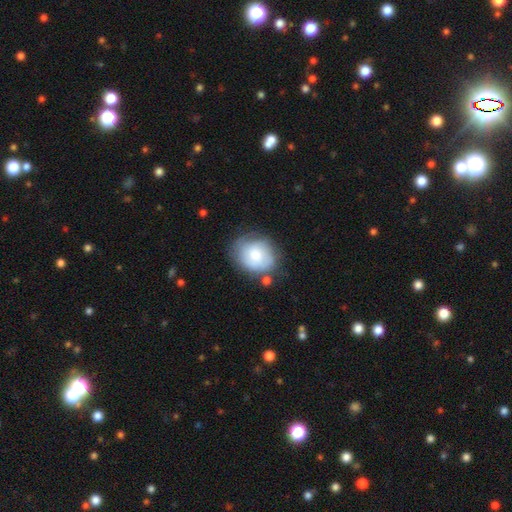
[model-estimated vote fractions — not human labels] Smooth or featured?
  - smooth: 67% *
  - featured or disk: 26%
  - star or artifact: 7%
How rounded?
  - round: 63% *
  - in between: 37%
  - cigar-shaped: 1%
Merging?
  - none: 60% *
  - minor disturbance: 25%
  - major disturbance: 10%
  - merger: 5%